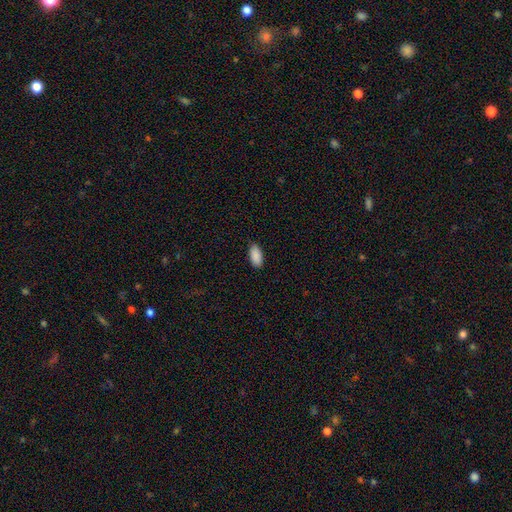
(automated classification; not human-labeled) Smooth or featured?
  - smooth: 91% *
  - star or artifact: 6%
  - featured or disk: 3%
How rounded?
  - in between: 93% *
  - cigar-shaped: 5%
  - round: 2%
Merging?
  - none: 88% *
  - minor disturbance: 9%
  - major disturbance: 2%
  - merger: 1%